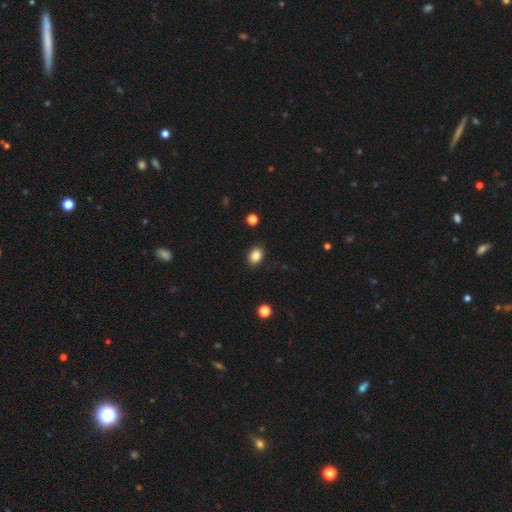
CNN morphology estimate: This appears to be a smooth galaxy with no disk features (87%) that is in between round and cigar-shaped (60%). Merging: none (87%).